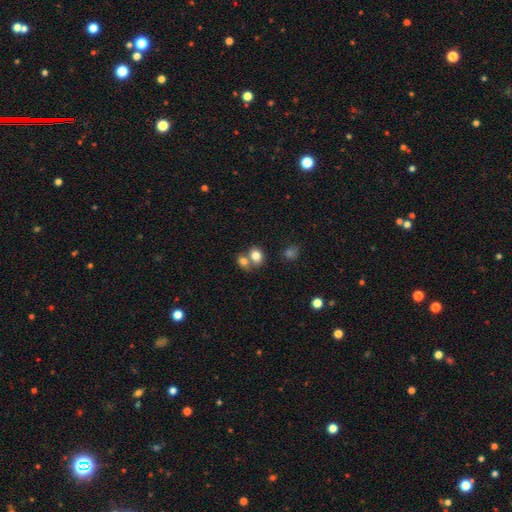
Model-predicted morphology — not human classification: smooth 80%, featured or disk 10%, star or artifact 10%. Down the decision tree: how rounded — round (51%); merging — merger (51%).